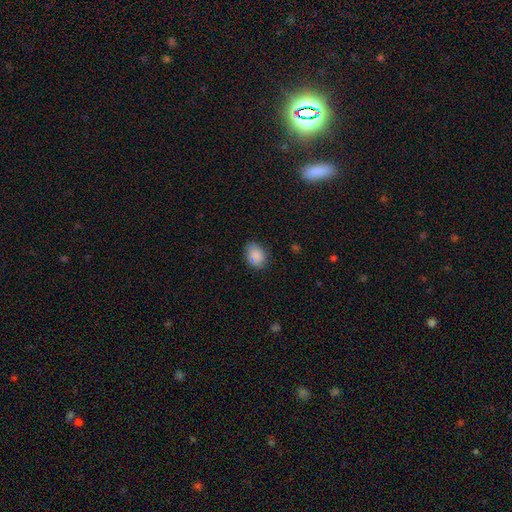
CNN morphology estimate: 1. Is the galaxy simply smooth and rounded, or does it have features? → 85% smooth, 8% star or artifact, 6% featured or disk.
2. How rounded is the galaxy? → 70% in between, 29% round, 1% cigar-shaped.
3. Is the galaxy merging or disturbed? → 75% none, 19% minor disturbance, 4% major disturbance, 2% merger.